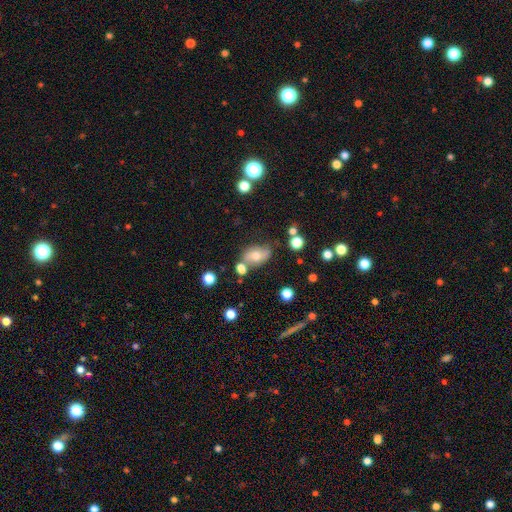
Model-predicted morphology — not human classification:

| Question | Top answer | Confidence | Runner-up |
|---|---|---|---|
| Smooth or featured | smooth | 59% | featured or disk (30%) |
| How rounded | in between | 81% | round (16%) |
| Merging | none | 56% | minor disturbance (20%) |